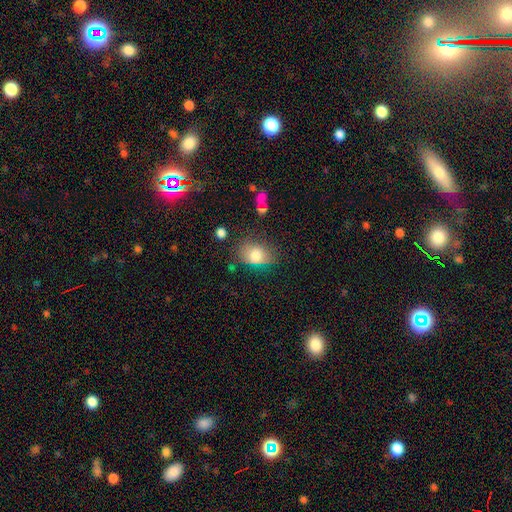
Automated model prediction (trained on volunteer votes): smooth-or-featured: smooth: 76% | featured or disk: 14% | star or artifact: 10%
  how-rounded: in between: 72% | round: 27% | cigar-shaped: 1%
  merging: none: 62% | minor disturbance: 25% | major disturbance: 8% | merger: 5%